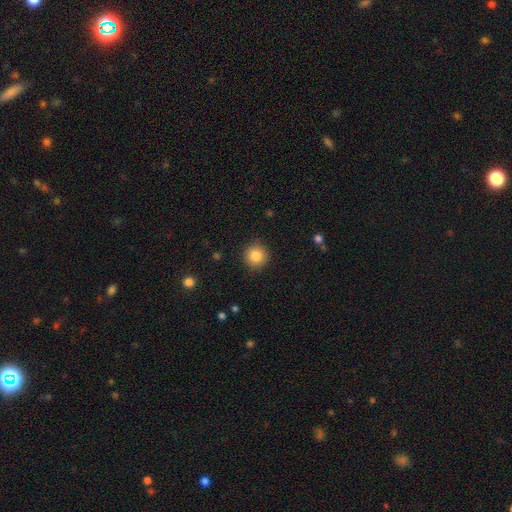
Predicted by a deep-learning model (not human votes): Smooth or featured? Predicted: smooth (p=0.84). How rounded? Predicted: round (p=0.94). Merging? Predicted: none (p=0.90).